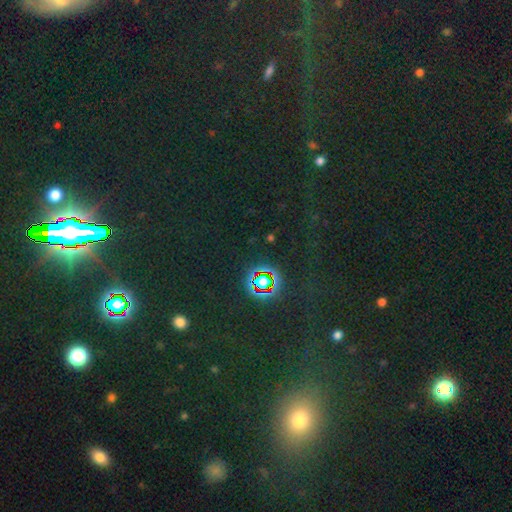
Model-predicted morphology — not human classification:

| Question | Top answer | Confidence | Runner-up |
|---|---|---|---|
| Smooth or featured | star or artifact | 72% | smooth (19%) |